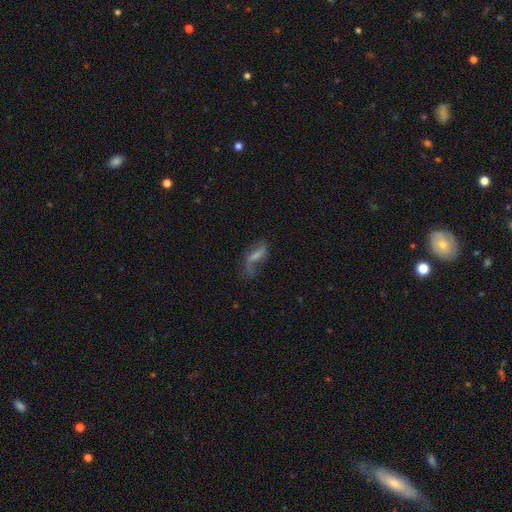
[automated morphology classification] This is possibly a featured or disk galaxy (53%). It is clearly not viewed edge-on (85%). Merging: possibly none (46%).